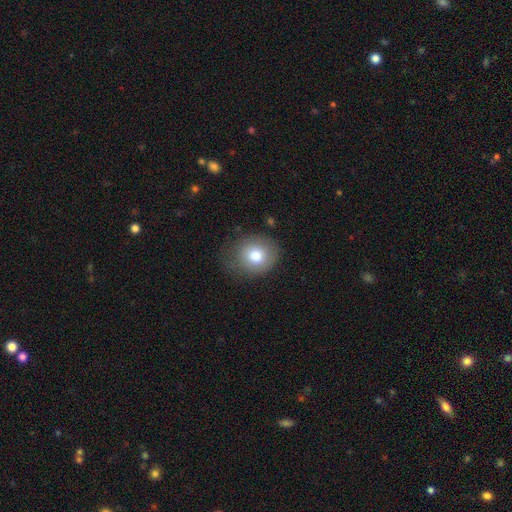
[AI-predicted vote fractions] Overall: smooth (78%). How rounded: round (73%). Merging: none (67%).